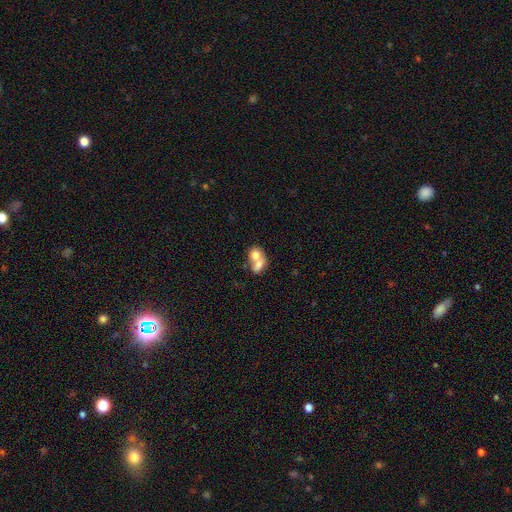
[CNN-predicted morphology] Overall: smooth (69%). How rounded: in between (56%; round 43%). Merging: merger (71%).